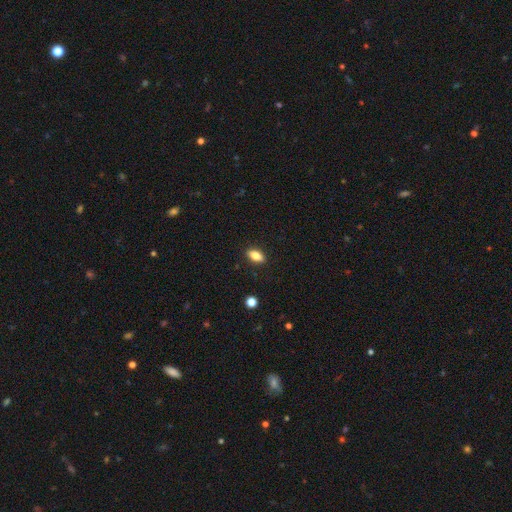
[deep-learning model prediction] A smooth galaxy with no disk features (82%) that is in between round and cigar-shaped (87%). Merging: none (89%).